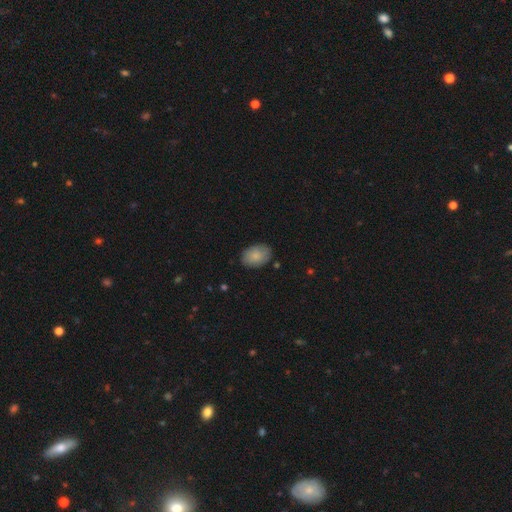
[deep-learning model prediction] Overall: smooth (84%). How rounded: in between (84%). Merging: none (83%).